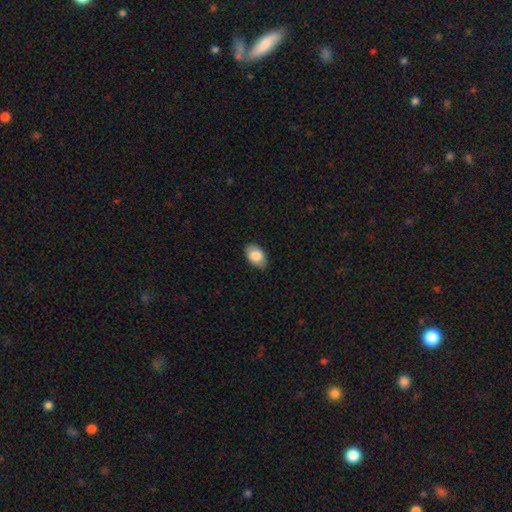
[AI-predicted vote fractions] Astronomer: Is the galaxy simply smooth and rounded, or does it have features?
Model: smooth — 85%.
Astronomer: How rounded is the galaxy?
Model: in between — 90%.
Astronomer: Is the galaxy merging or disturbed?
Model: none — 84%.